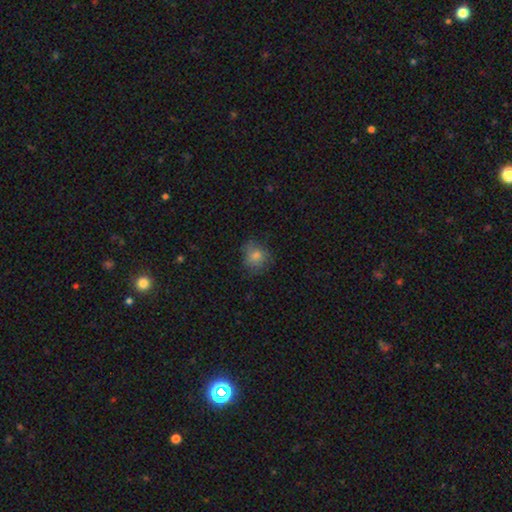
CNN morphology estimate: Smooth or featured? smooth (72%)
How rounded? round (77%)
Merging? none (69%)